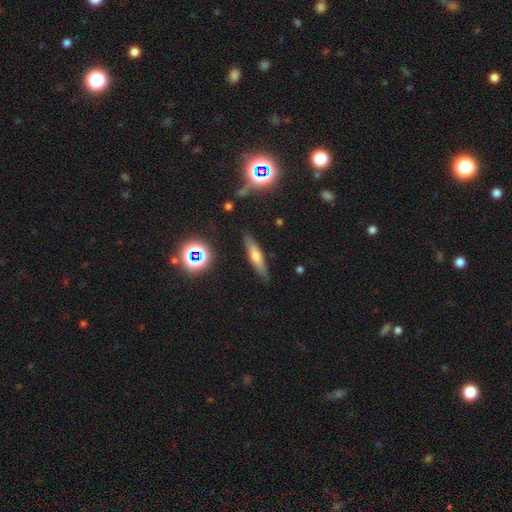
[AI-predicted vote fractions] Smooth or featured? Predicted: smooth (p=0.52). How rounded? Predicted: cigar-shaped (p=0.78). Merging? Predicted: none (p=0.85).